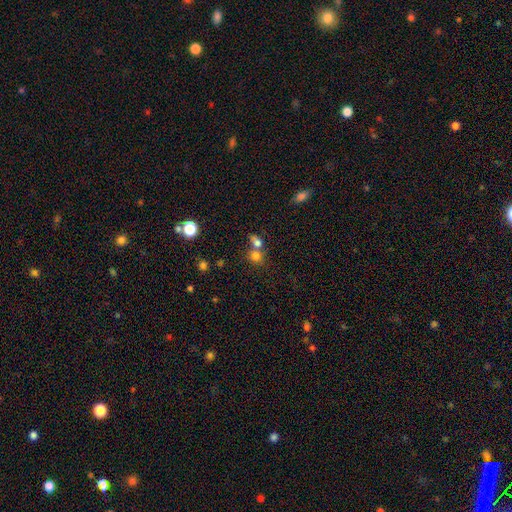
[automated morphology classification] A smooth galaxy with no disk features (76%) that is round (69%).

Vote fractions:
- Smooth or featured? smooth: 76% / star or artifact: 14% / featured or disk: 10%
- How rounded? round: 69% / in between: 30% / cigar-shaped: 2%
- Merging? merger: 48% / none: 40% / minor disturbance: 8% / major disturbance: 4%